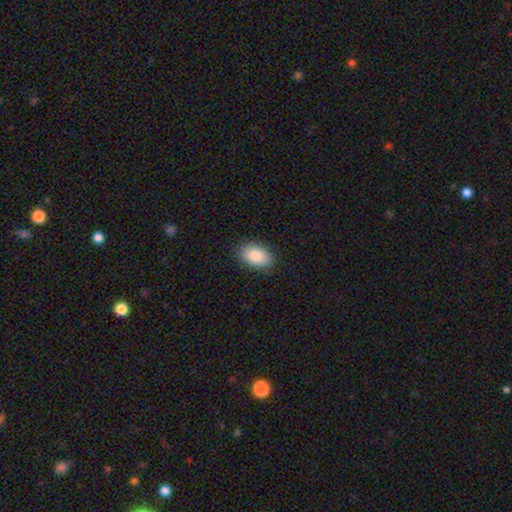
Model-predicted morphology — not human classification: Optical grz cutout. It shows a smooth galaxy with no disk features (87%) that is in between round and cigar-shaped (91%). Merging: none (87%).